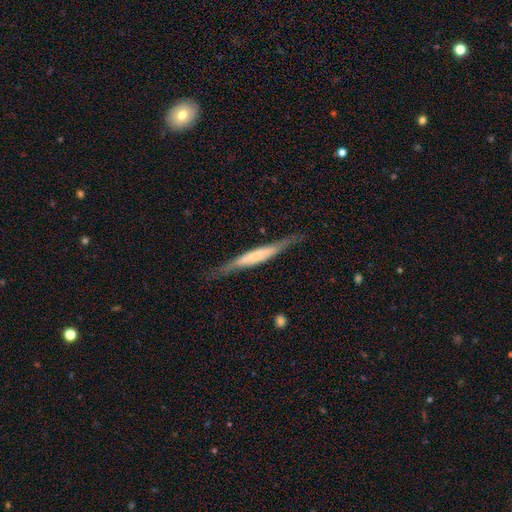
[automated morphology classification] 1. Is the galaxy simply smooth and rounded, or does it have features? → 56% featured or disk, 38% smooth, 6% star or artifact.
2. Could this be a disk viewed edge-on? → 93% yes, 7% no.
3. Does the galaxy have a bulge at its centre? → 44% none, 31% boxy, 26% rounded.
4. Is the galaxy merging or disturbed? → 81% none, 14% minor disturbance, 4% major disturbance, 2% merger.